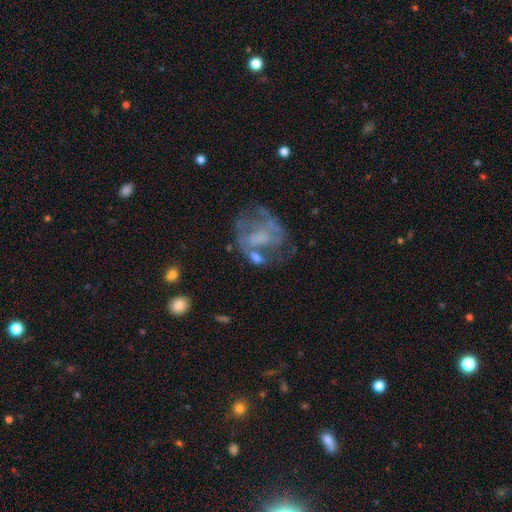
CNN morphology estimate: featured or disk 62%, smooth 25%, star or artifact 13%. Down the decision tree: edge-on disk — no (97%); bar — no (71%); spiral arms — no (69%); bulge size — none (50%); merging — none (41%).